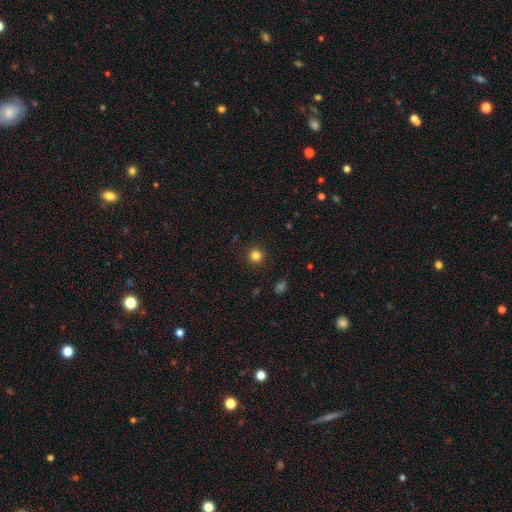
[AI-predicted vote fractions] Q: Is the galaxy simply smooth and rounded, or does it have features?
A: smooth — 82%.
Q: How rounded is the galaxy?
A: round — 95%.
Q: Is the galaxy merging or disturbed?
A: none — 92%.